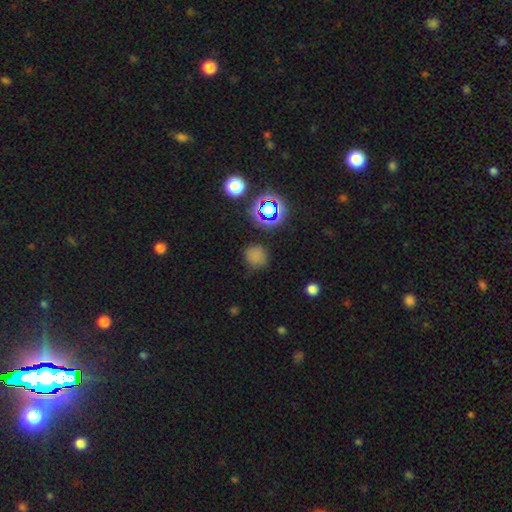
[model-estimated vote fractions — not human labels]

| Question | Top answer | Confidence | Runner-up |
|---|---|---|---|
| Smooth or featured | smooth | 70% | star or artifact (24%) |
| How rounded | round | 86% | in between (12%) |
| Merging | none | 80% | minor disturbance (13%) |